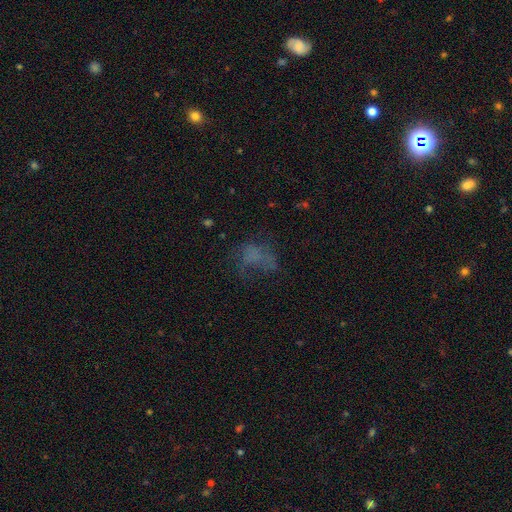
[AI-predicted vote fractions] Morphology: type=smooth (43%); merging=none (41%).